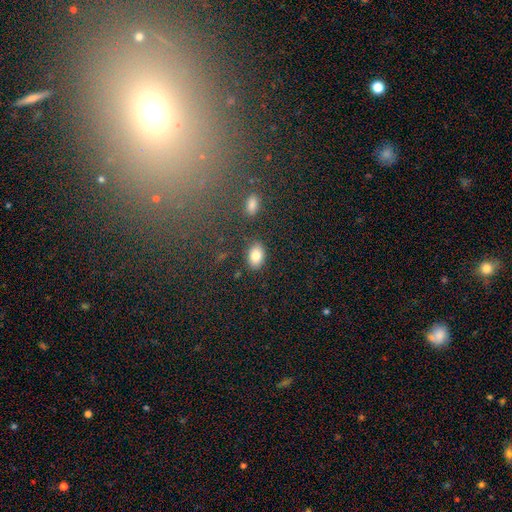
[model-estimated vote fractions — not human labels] A smooth galaxy with no disk features (83%) that is in between round and cigar-shaped (87%). Merging: none (83%).